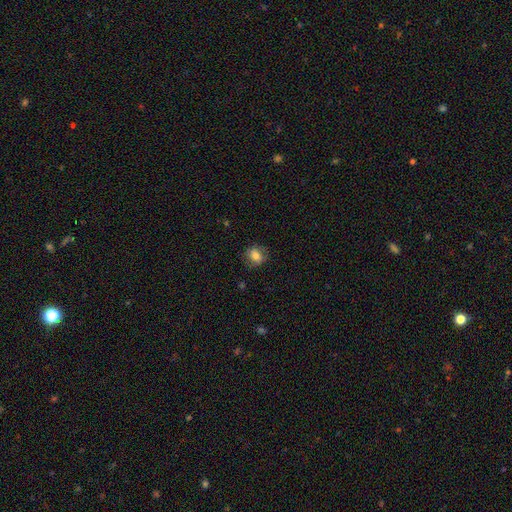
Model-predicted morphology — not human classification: Overall: smooth (71%). How rounded: round (61%; in between 38%). Merging: none (76%).